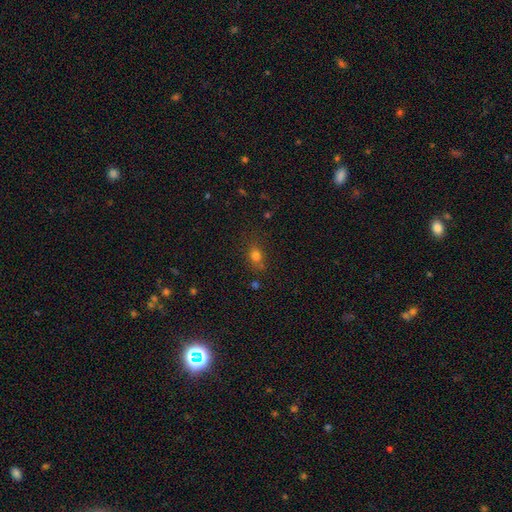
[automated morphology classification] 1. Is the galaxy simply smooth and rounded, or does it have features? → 74% smooth, 17% star or artifact, 9% featured or disk.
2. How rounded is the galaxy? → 50% in between, 47% round, 3% cigar-shaped.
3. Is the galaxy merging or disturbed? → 69% none, 20% minor disturbance, 7% major disturbance, 5% merger.